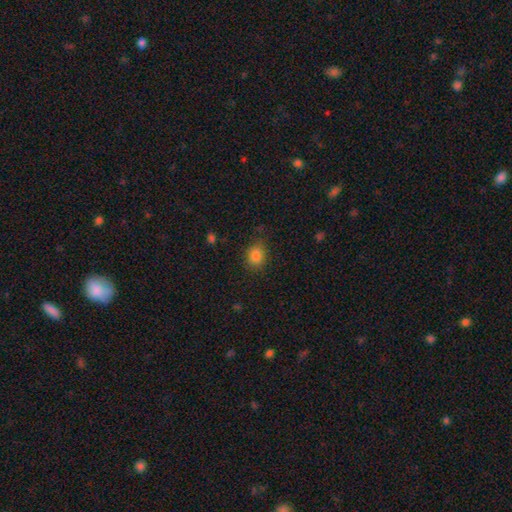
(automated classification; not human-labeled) The model was most divided on "how rounded": in between: 50%, round: 49%, cigar-shaped: 1%. More confident: smooth or featured — smooth (84%); merging — none (82%).